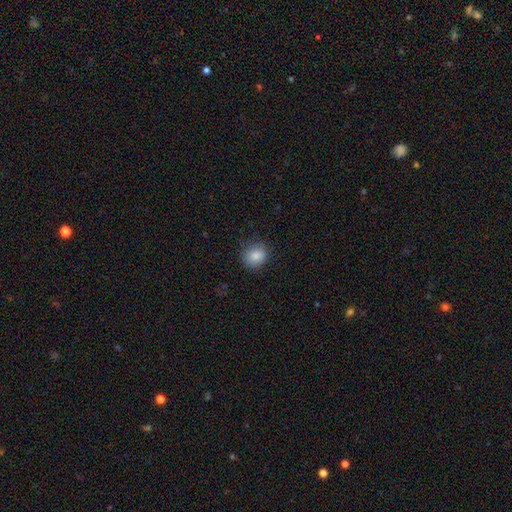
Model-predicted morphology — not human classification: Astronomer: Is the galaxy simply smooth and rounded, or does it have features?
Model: smooth — 86%.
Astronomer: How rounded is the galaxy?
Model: round — 79%.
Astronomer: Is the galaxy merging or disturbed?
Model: none — 83%.